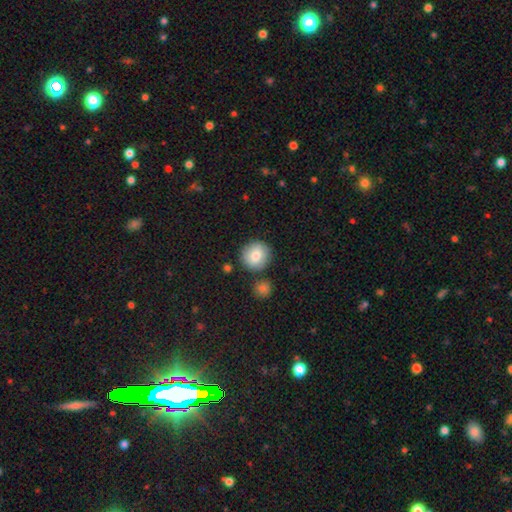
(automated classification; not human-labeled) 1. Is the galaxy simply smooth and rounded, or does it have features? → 82% smooth, 10% featured or disk, 8% star or artifact.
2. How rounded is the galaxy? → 92% round, 7% in between, 1% cigar-shaped.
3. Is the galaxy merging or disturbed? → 82% none, 9% minor disturbance, 7% merger, 2% major disturbance.